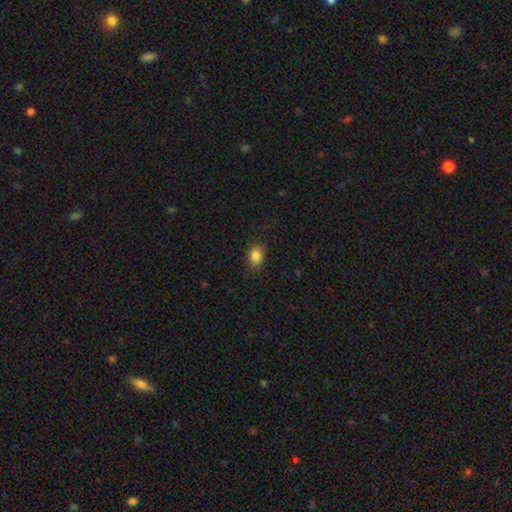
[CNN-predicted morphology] A smooth galaxy with no disk features (85%) that is in between round and cigar-shaped (58%). Merging: none (86%).